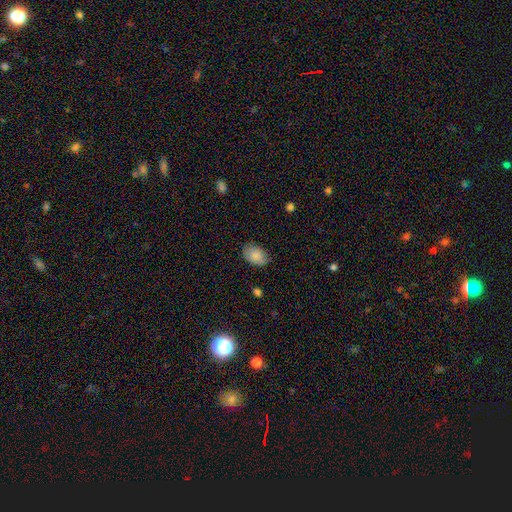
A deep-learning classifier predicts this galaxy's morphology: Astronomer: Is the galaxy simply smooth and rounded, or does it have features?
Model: smooth — 87%.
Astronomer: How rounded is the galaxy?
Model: in between — 86%.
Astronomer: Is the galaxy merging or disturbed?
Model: none — 78%.